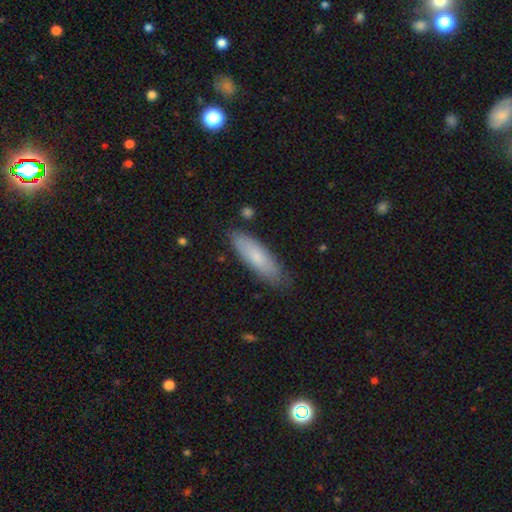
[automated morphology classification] type=smooth (76%); roundness=cigar-shaped (55%); merging=none (82%).